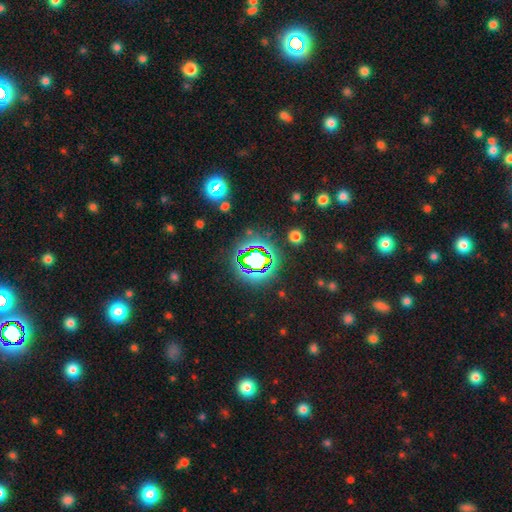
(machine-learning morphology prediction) smooth_or_featured: star or artifact (p=0.72) [alt: smooth p=0.17]